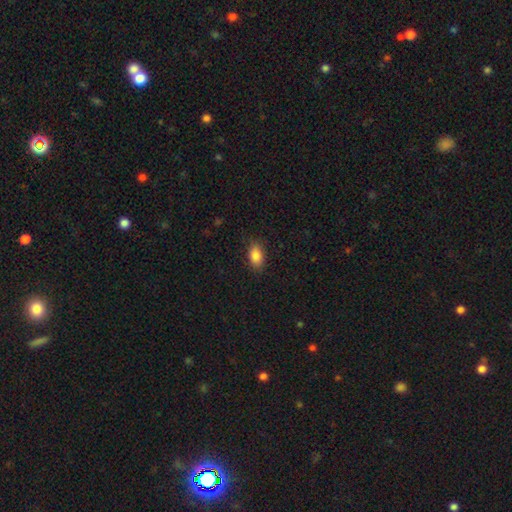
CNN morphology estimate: Smooth or featured? smooth (86%)
How rounded? in between (89%)
Merging? none (85%)